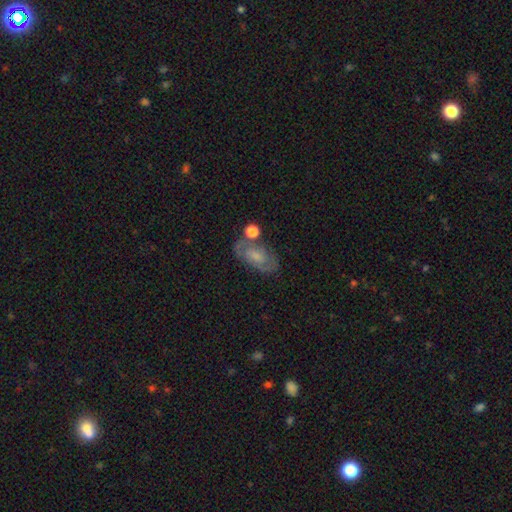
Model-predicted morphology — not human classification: Smooth or featured? featured or disk (58%)
Edge-on disk? no (94%)
Bar? no (61%)
Spiral arms? yes (78%)
Bulge size? small (47%)
Merging? none (62%)